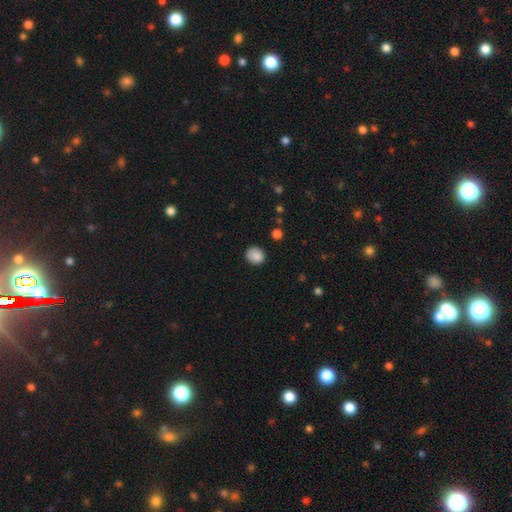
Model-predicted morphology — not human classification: smooth 87%, star or artifact 9%, featured or disk 4%. Down the decision tree: how rounded — round (81%); merging — none (83%).